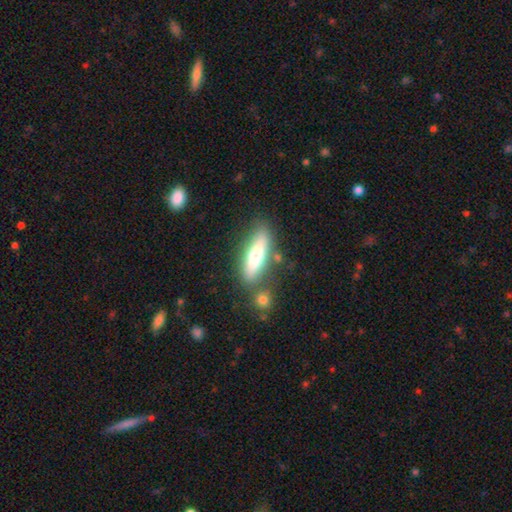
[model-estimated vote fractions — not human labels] Smooth or featured? Predicted: smooth (p=0.56). How rounded? Predicted: cigar-shaped (p=0.58). Merging? Predicted: none (p=0.71).